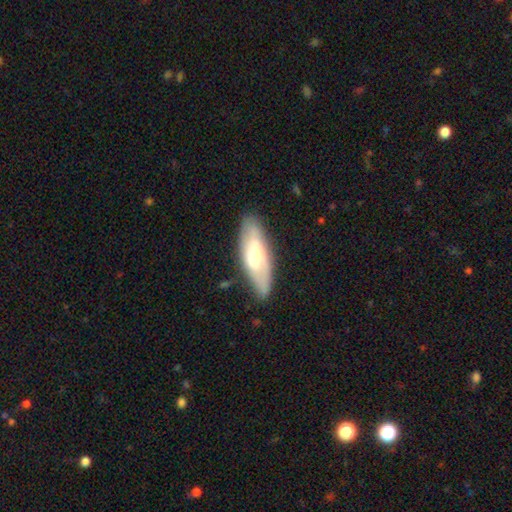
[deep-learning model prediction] smooth_or_featured: smooth (p=0.51) [alt: featured or disk p=0.43]
how_rounded: in between (p=0.65) [alt: cigar-shaped p=0.33]
merging: none (p=0.77) [alt: minor disturbance p=0.17]